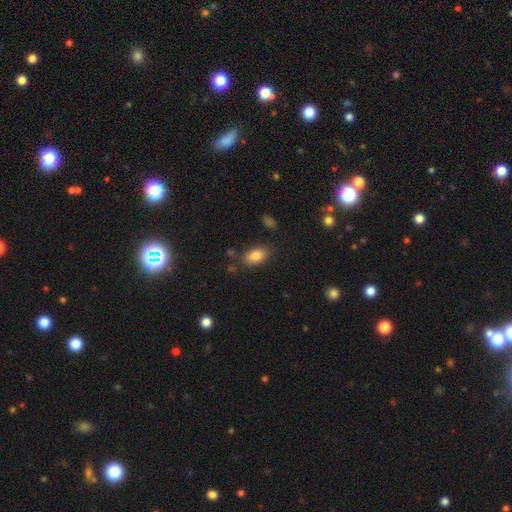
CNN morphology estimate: The model was most divided on "merging": none: 81%, minor disturbance: 12%, major disturbance: 3%, merger: 3%. More confident: how rounded — in between (90%); smooth or featured — smooth (84%).